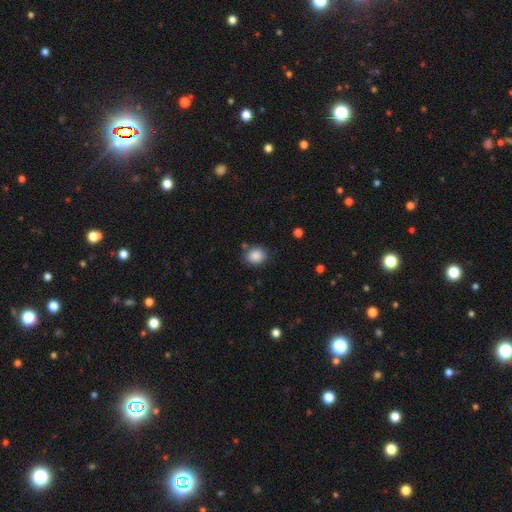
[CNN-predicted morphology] smooth-or-featured: smooth: 87% | star or artifact: 9% | featured or disk: 4%
  how-rounded: round: 71% | in between: 28% | cigar-shaped: 1%
  merging: none: 79% | minor disturbance: 13% | merger: 4% | major disturbance: 3%